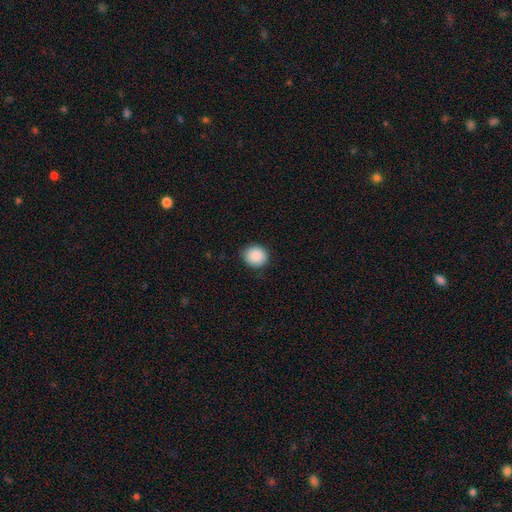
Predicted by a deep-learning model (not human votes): Overall: smooth (89%). How rounded: round (84%). Merging: none (89%).